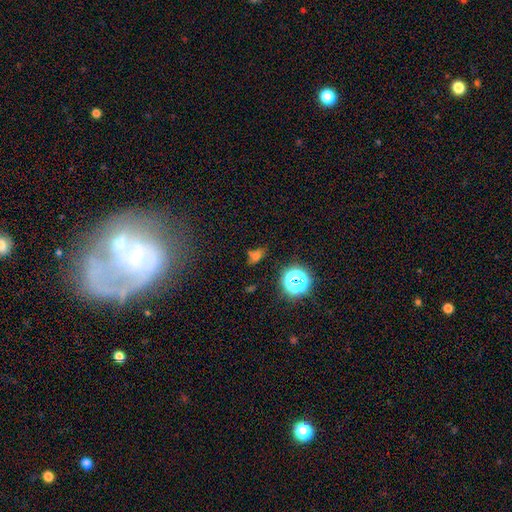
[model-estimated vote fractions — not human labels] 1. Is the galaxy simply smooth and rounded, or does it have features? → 55% smooth, 32% star or artifact, 13% featured or disk.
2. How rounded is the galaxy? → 67% in between, 28% round, 5% cigar-shaped.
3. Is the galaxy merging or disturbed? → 58% none, 22% minor disturbance, 11% major disturbance, 9% merger.